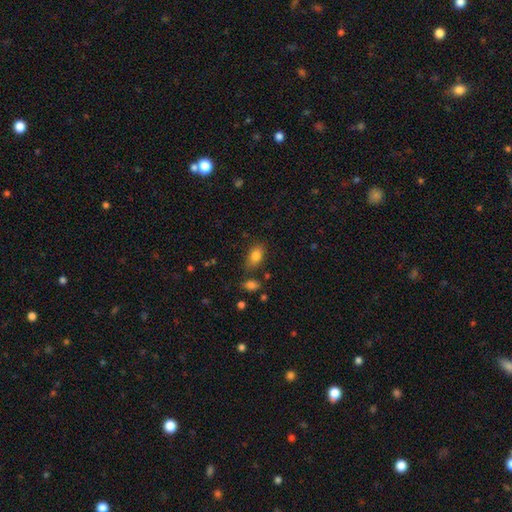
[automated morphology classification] smooth 82%, star or artifact 9%, featured or disk 9%. Down the decision tree: how rounded — in between (87%); merging — none (73%).